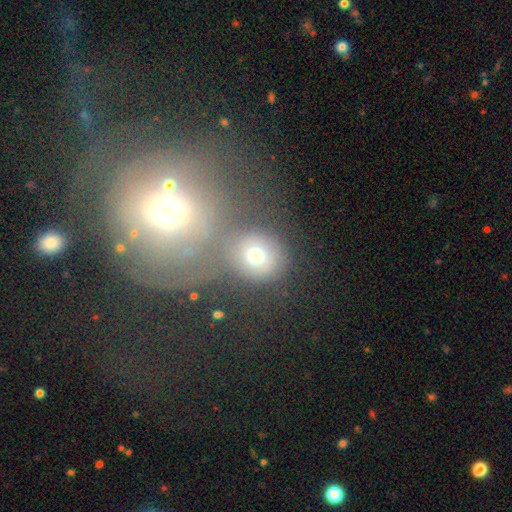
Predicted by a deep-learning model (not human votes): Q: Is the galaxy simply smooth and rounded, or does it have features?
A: smooth — 69%.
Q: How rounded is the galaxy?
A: round — 80%.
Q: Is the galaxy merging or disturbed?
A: none — 63%.